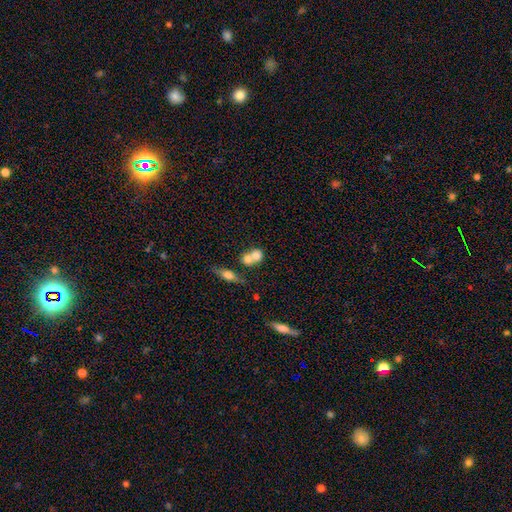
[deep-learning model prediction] A smooth galaxy with no disk features (70%) that is round (64%). Merging: merger (60%).